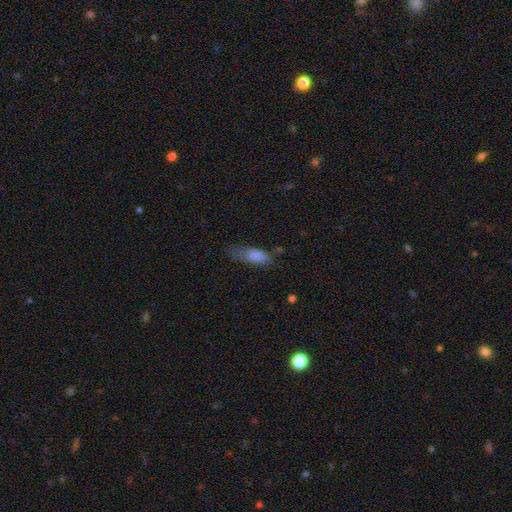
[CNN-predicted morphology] The model was most divided on "merging": minor disturbance: 38%, none: 37%, major disturbance: 21%, merger: 4%. More confident: smooth or featured — smooth (82%); how rounded — in between (74%).